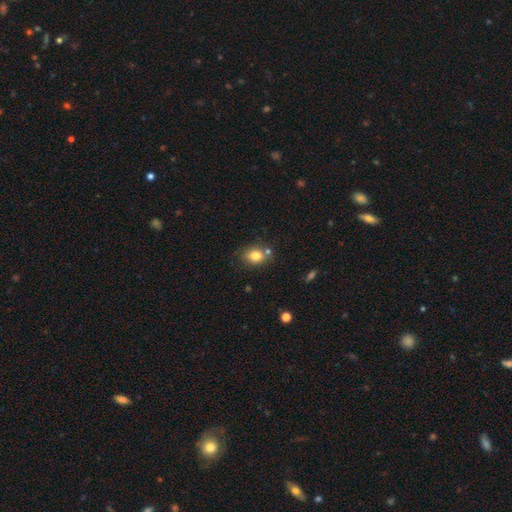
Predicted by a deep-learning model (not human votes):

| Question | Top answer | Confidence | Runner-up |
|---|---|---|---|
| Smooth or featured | smooth | 81% | star or artifact (11%) |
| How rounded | in between | 50% | round (49%) |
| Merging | none | 71% | minor disturbance (14%) |